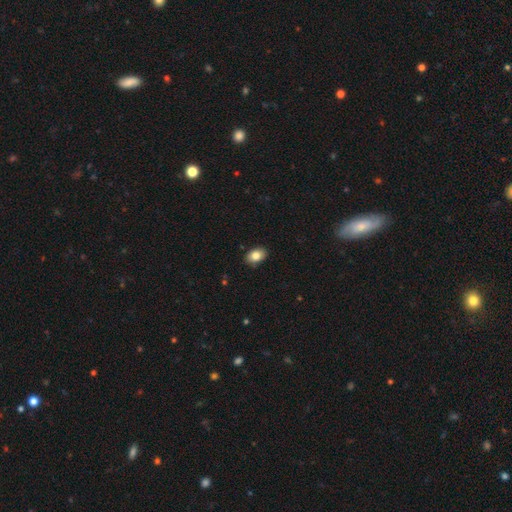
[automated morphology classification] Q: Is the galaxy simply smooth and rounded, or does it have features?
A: smooth — 83%.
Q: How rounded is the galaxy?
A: in between — 85%.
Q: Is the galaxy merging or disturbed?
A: none — 88%.